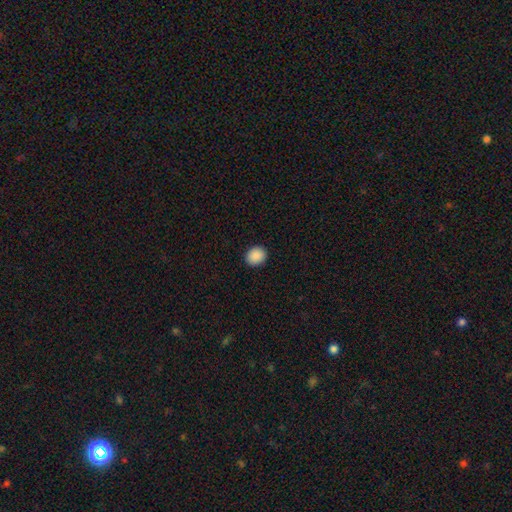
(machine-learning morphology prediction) Smooth or featured: smooth — 90% (star or artifact — 8%)
How rounded: round — 64% (in between — 35%)
Merging: none — 91% (minor disturbance — 6%)